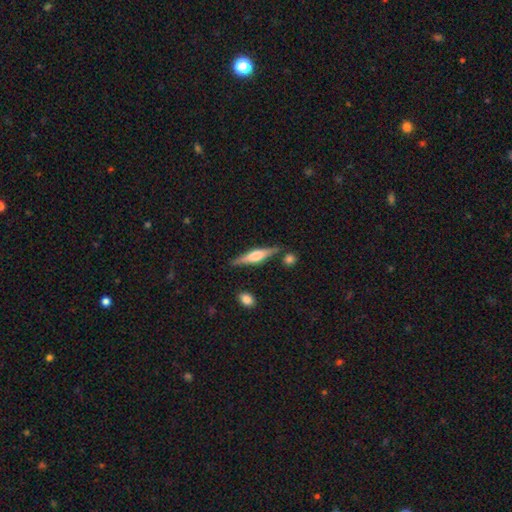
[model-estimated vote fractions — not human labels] smooth-or-featured: featured or disk: 63% | smooth: 31% | star or artifact: 6%
  disk-edge-on: yes: 96% | no: 4%
    edge-on-bulge: rounded: 77% | boxy: 18% | none: 5%
  merging: none: 81% | minor disturbance: 11% | merger: 5% | major disturbance: 3%